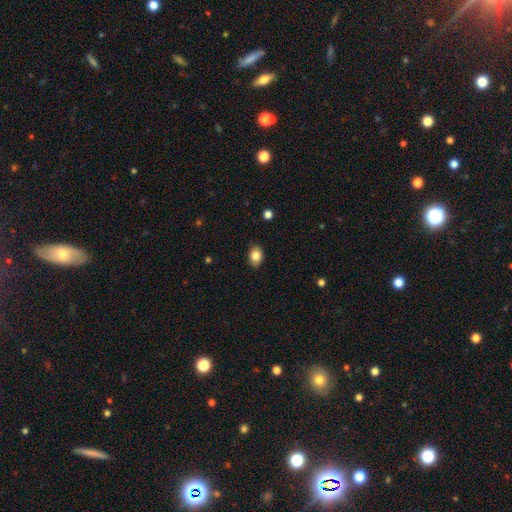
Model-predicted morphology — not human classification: Smooth or featured? Predicted: smooth (p=0.85). How rounded? Predicted: in between (p=0.77). Merging? Predicted: none (p=0.87).